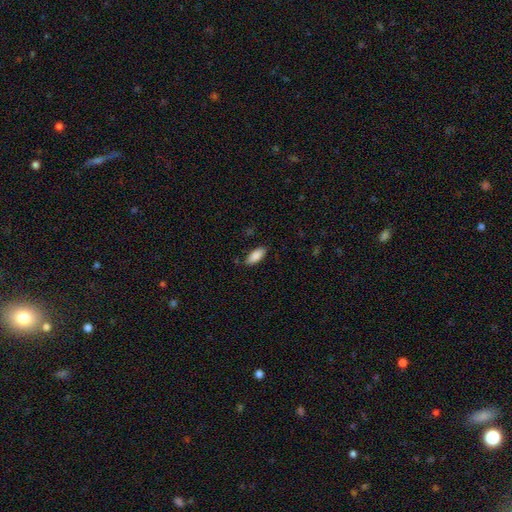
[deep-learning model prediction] Smooth or featured: smooth — 88% (star or artifact — 7%)
How rounded: in between — 86% (cigar-shaped — 12%)
Merging: none — 82% (minor disturbance — 14%)